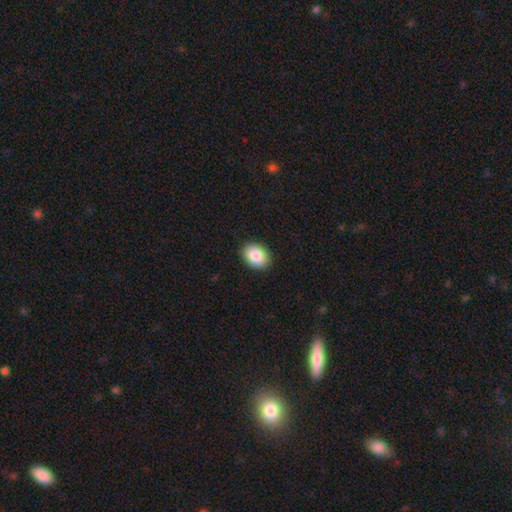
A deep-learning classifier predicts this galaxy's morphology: This is clearly a smooth galaxy (87%). How rounded: likely in between (75%). Merging: clearly none (90%).